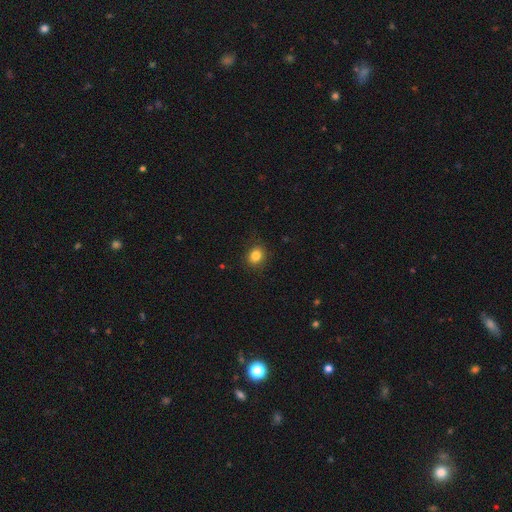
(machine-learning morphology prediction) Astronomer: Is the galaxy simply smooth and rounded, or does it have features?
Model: smooth — 84%.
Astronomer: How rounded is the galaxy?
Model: round — 73%.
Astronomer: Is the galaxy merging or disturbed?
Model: none — 87%.